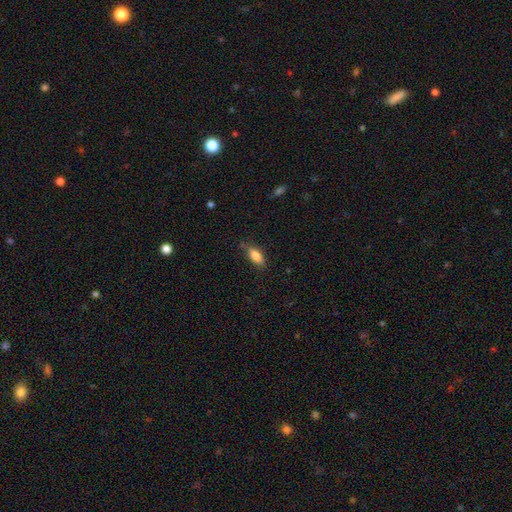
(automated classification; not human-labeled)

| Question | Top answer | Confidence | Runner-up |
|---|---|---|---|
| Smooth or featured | smooth | 84% | featured or disk (9%) |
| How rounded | in between | 81% | cigar-shaped (16%) |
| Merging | none | 76% | minor disturbance (18%) |